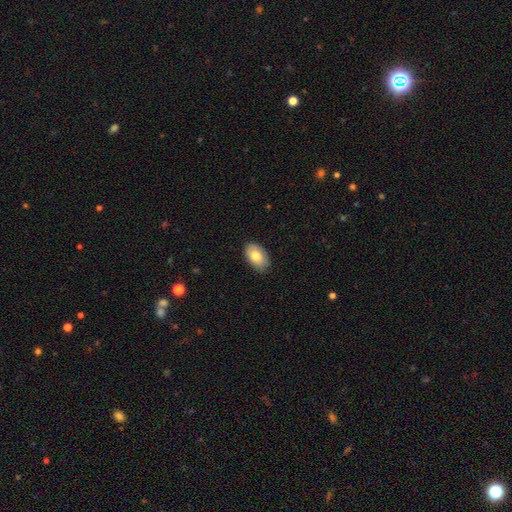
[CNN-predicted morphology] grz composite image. It shows a smooth galaxy with no disk features (78%) that is in between round and cigar-shaped (93%). Merging: none (84%).